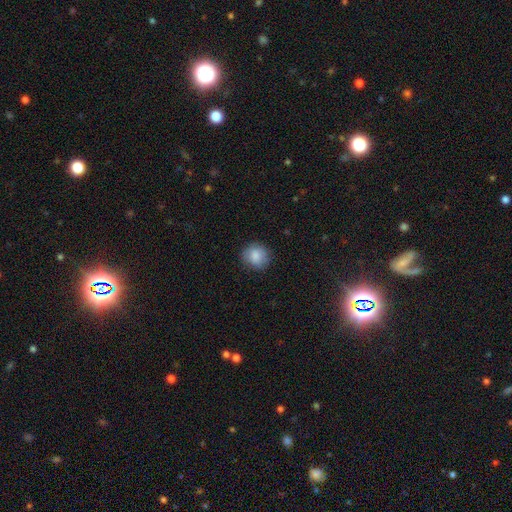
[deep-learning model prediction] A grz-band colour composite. It shows a smooth galaxy with no disk features (86%) that is round (86%). Merging: none (83%).